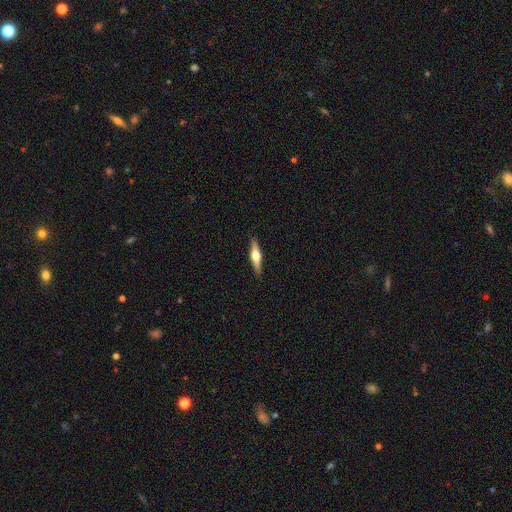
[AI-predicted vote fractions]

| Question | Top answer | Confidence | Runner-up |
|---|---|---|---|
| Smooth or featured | featured or disk | 57% | smooth (37%) |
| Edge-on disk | yes | 96% | no (4%) |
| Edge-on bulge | rounded | 93% | boxy (5%) |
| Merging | none | 89% | minor disturbance (8%) |